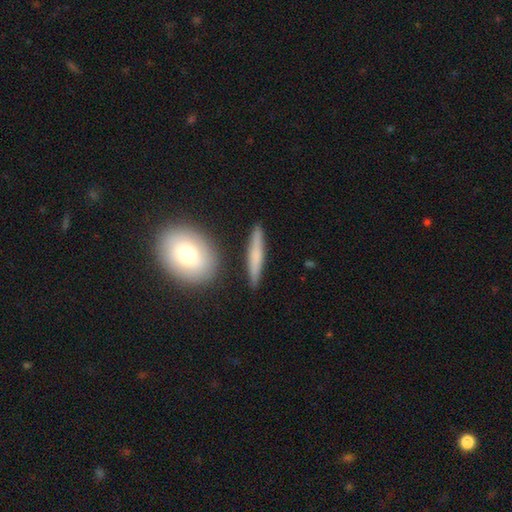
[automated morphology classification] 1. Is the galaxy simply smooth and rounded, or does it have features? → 57% smooth, 36% featured or disk, 6% star or artifact.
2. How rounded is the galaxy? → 87% cigar-shaped, 9% in between, 4% round.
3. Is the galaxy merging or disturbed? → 86% none, 9% minor disturbance, 3% merger, 2% major disturbance.